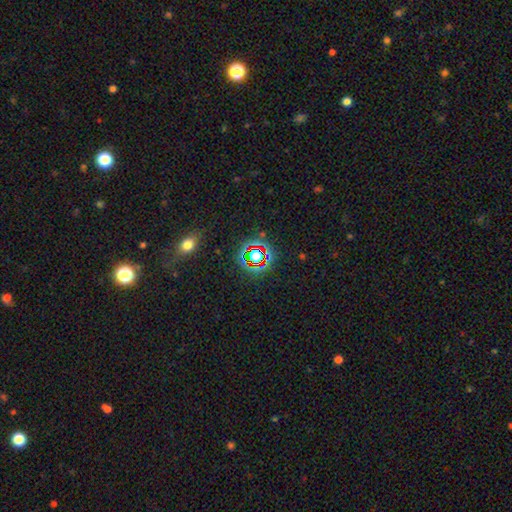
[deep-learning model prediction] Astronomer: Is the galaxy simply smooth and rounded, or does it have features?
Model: star or artifact — 69%.